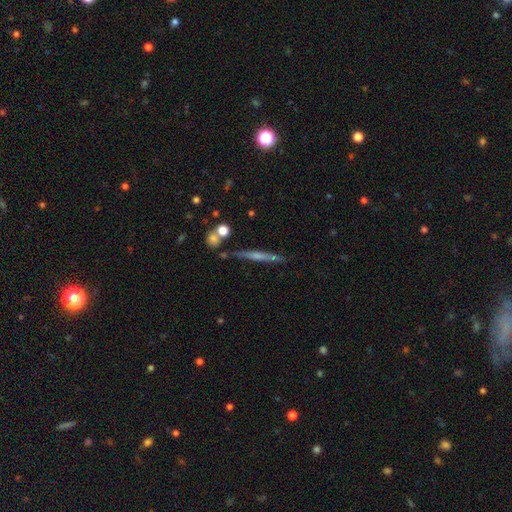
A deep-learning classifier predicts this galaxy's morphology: Overall: featured or disk (62%; smooth 30%). Edge-on disk: yes (96%). Edge-on bulge: rounded (48%; none 42%). Merging: none (84%).